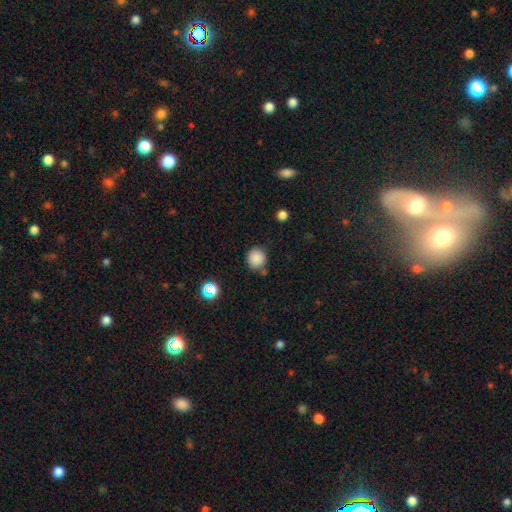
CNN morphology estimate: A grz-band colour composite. It shows a smooth galaxy with no disk features (85%) that is round (91%). Merging: none (77%).